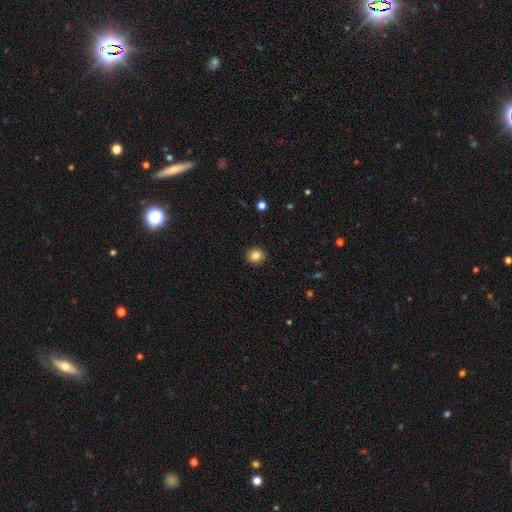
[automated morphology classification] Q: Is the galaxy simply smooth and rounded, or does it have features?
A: smooth — 83%.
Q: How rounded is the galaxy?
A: round — 87%.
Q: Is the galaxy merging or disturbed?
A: none — 92%.